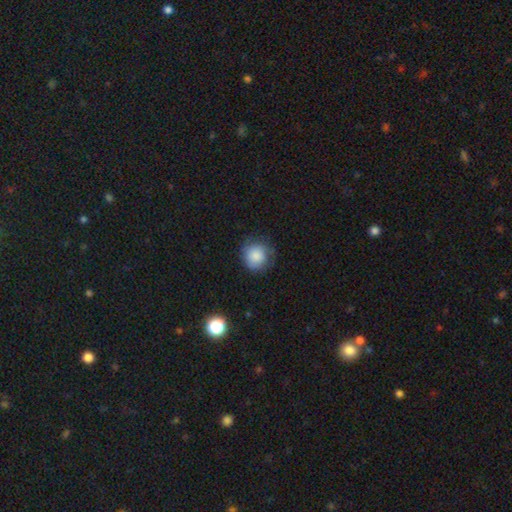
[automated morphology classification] smooth_or_featured: smooth (p=0.83) [alt: featured or disk p=0.08]
how_rounded: round (p=0.90) [alt: in between p=0.09]
merging: none (p=0.72) [alt: minor disturbance p=0.20]